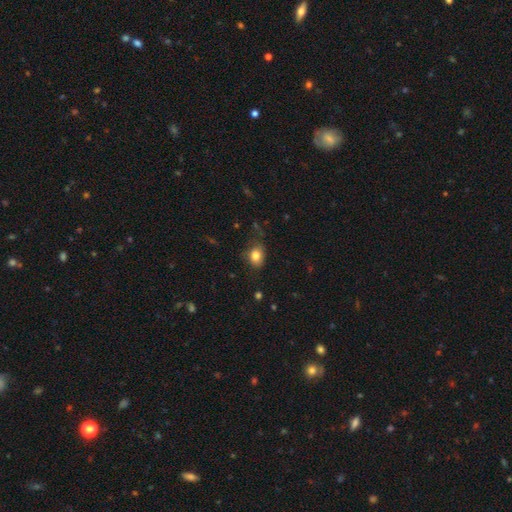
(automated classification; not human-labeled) Smooth or featured?
  - smooth: 82% *
  - star or artifact: 10%
  - featured or disk: 8%
How rounded?
  - in between: 58% *
  - round: 40%
  - cigar-shaped: 1%
Merging?
  - none: 66% *
  - minor disturbance: 24%
  - major disturbance: 8%
  - merger: 2%